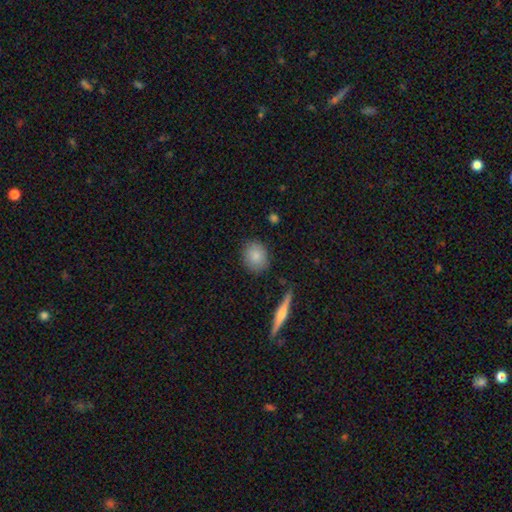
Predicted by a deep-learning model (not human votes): smooth-or-featured: smooth: 84% | featured or disk: 9% | star or artifact: 7%
  how-rounded: round: 61% | in between: 37% | cigar-shaped: 2%
  merging: none: 85% | minor disturbance: 10% | major disturbance: 3% | merger: 2%